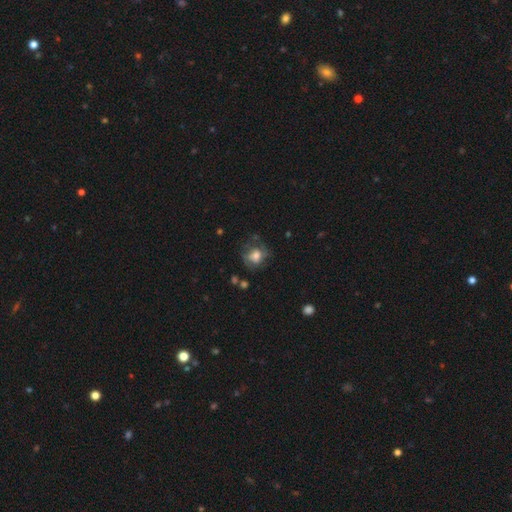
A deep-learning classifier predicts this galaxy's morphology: A smooth galaxy with no disk features (55%) that is round (68%). Merging: none (53%).